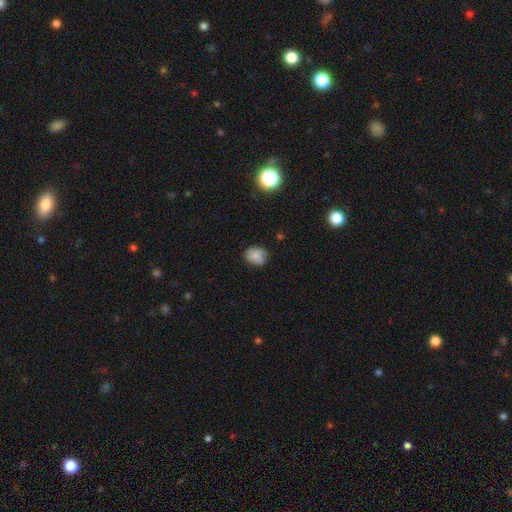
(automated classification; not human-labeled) A smooth galaxy with no disk features (80%) that is round (58%). Merging: none (71%).